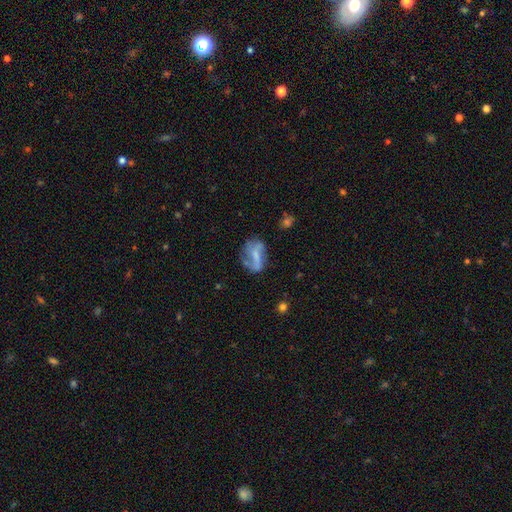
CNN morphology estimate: A featured or disk galaxy (61%) with a weak bar (39%), spiral arms (72%) and a small central bulge (37%). Merging: none (47%).